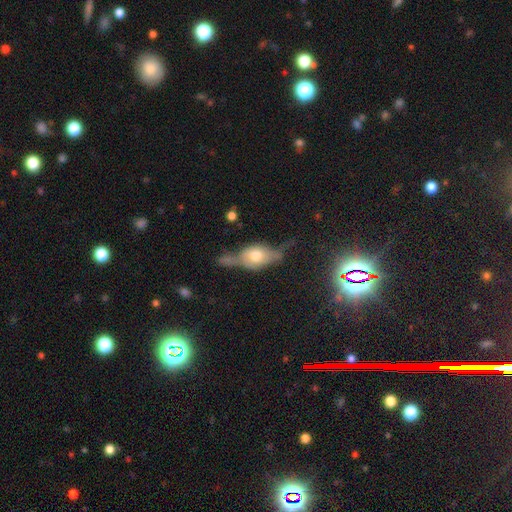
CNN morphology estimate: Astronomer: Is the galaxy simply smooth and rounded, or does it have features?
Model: featured or disk — 58% (runner-up: smooth, 34%).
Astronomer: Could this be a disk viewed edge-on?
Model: yes — 68%.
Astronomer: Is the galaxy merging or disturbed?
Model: none — 37% (runner-up: minor disturbance, 26%).